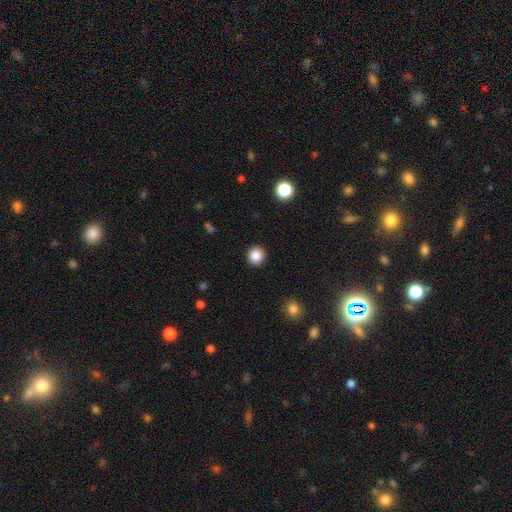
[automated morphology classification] Smooth or featured? smooth (86%)
How rounded? round (90%)
Merging? none (93%)